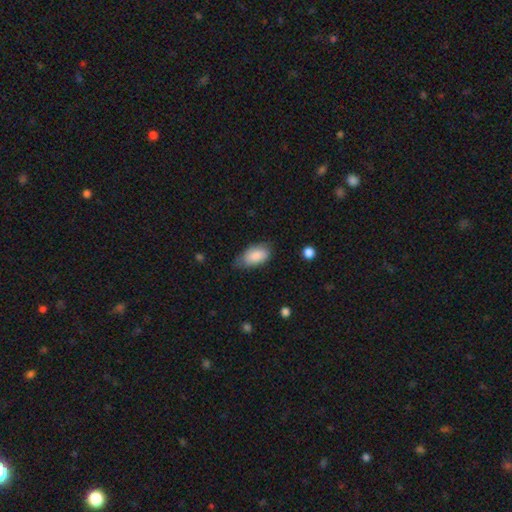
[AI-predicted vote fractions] Q: Smooth or featured?
A: smooth (86%); runner-up: featured or disk (8%)
Q: How rounded?
A: in between (93%); runner-up: cigar-shaped (3%)
Q: Merging?
A: none (59%); runner-up: minor disturbance (33%)